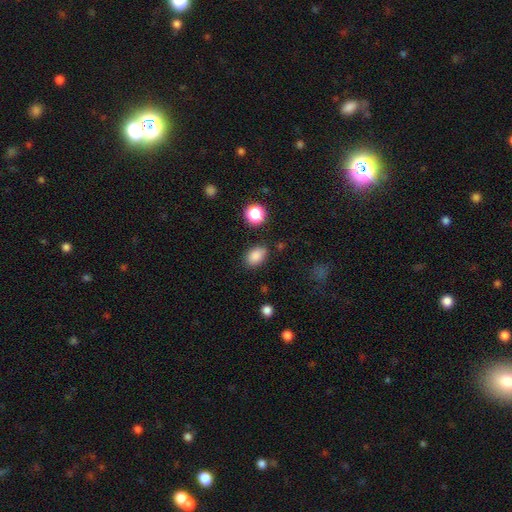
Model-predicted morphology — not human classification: Smooth or featured? smooth (85%)
How rounded? in between (83%)
Merging? none (80%)